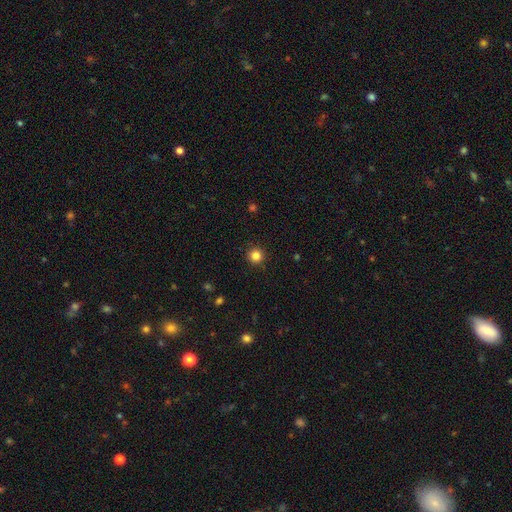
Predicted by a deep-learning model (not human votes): A smooth galaxy with no disk features (84%) that is round (95%).

Vote fractions:
- Smooth or featured? smooth: 84% / star or artifact: 12% / featured or disk: 4%
- How rounded? round: 95% / in between: 4% / cigar-shaped: 1%
- Merging? none: 92% / minor disturbance: 5% / major disturbance: 2% / merger: 1%